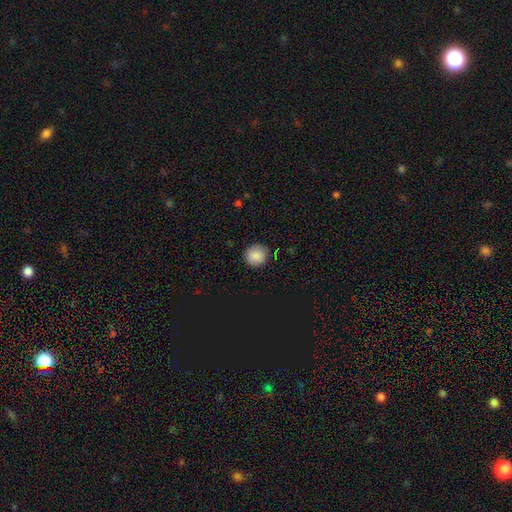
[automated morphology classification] smooth 85%, star or artifact 10%, featured or disk 5%. Down the decision tree: how rounded — round (91%); merging — none (88%).